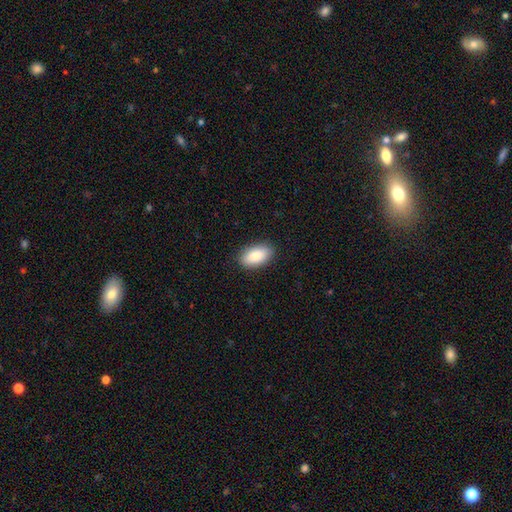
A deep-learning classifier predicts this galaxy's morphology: Smooth or featured? Predicted: smooth (p=0.88). How rounded? Predicted: in between (p=0.94). Merging? Predicted: none (p=0.88).